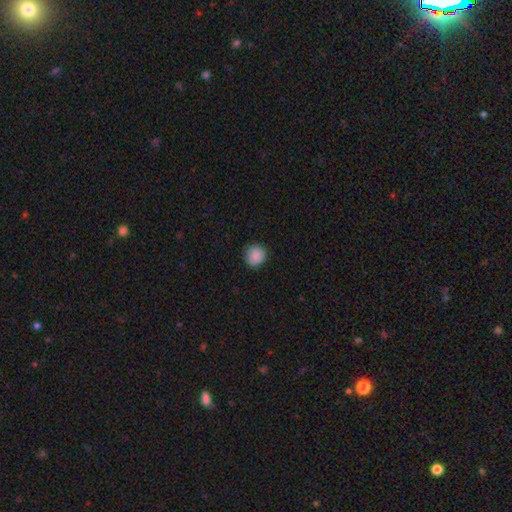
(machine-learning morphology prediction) smooth 88%, star or artifact 8%, featured or disk 4%. Down the decision tree: how rounded — round (90%); merging — none (86%).